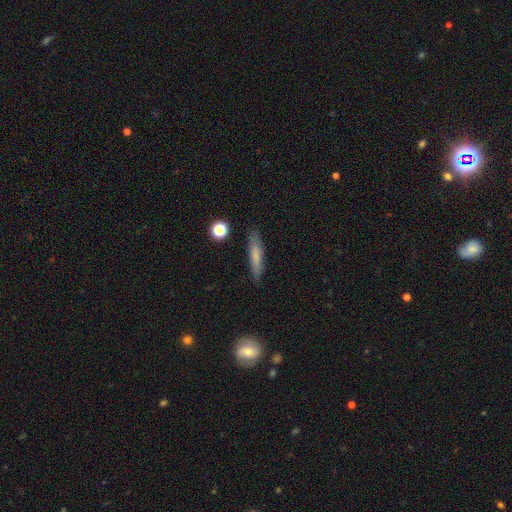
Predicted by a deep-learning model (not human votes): This is likely a smooth galaxy (72%). How rounded: clearly cigar-shaped (86%). Merging: clearly none (87%).